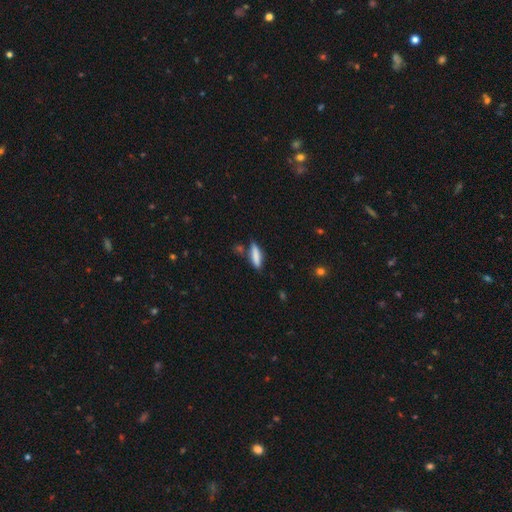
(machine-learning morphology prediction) Smooth or featured?
  - smooth: 81% *
  - featured or disk: 13%
  - star or artifact: 6%
How rounded?
  - cigar-shaped: 69% *
  - in between: 29%
  - round: 2%
Merging?
  - none: 72% *
  - minor disturbance: 17%
  - merger: 7%
  - major disturbance: 4%